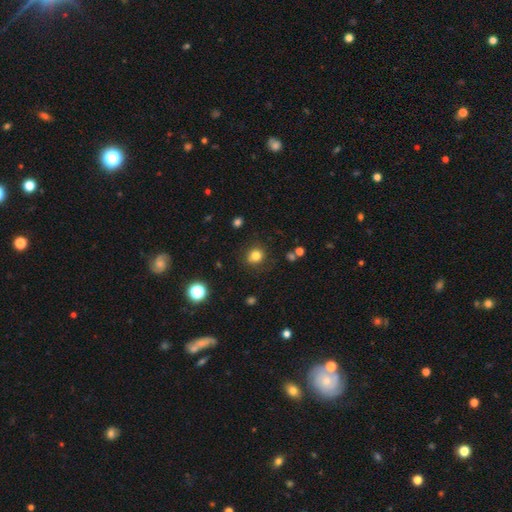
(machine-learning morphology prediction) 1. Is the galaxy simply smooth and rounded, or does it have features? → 80% smooth, 14% star or artifact, 6% featured or disk.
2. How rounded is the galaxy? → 86% round, 13% in between, 1% cigar-shaped.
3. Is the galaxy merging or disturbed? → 84% none, 10% minor disturbance, 3% major disturbance, 2% merger.